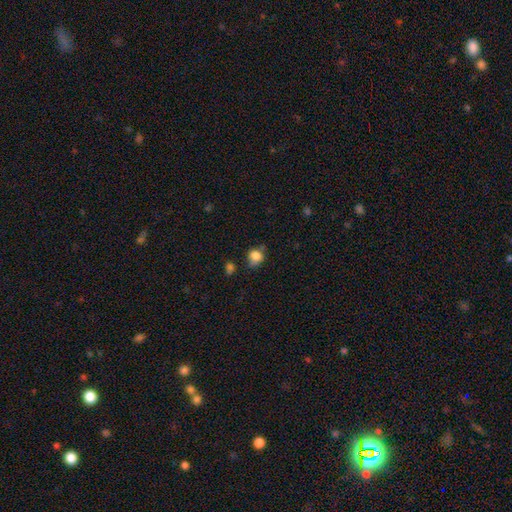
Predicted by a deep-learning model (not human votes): Morphology: type=smooth (81%); roundness=round (65%); merging=none (50%).